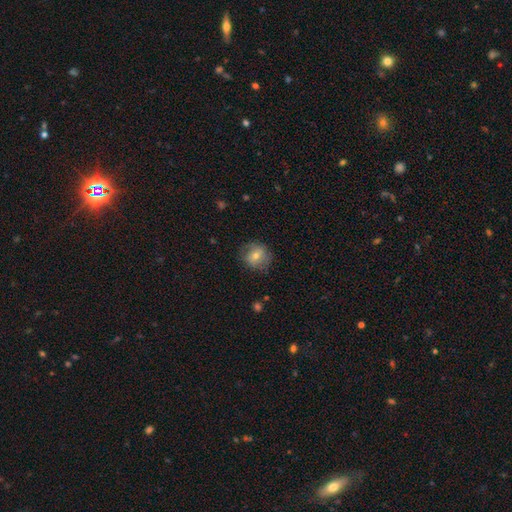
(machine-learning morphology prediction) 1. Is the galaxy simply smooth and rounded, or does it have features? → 54% smooth, 35% featured or disk, 10% star or artifact.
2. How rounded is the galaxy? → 77% round, 22% in between, 1% cigar-shaped.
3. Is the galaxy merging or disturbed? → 73% none, 18% minor disturbance, 8% major disturbance, 1% merger.